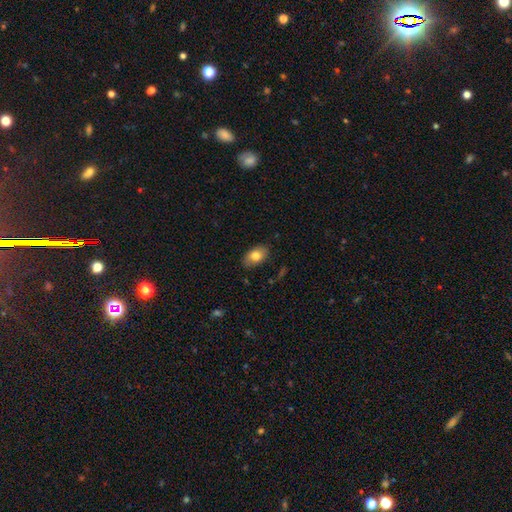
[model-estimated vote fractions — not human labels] This is likely a smooth galaxy (79%). How rounded: clearly in between (90%). Merging: clearly none (83%).